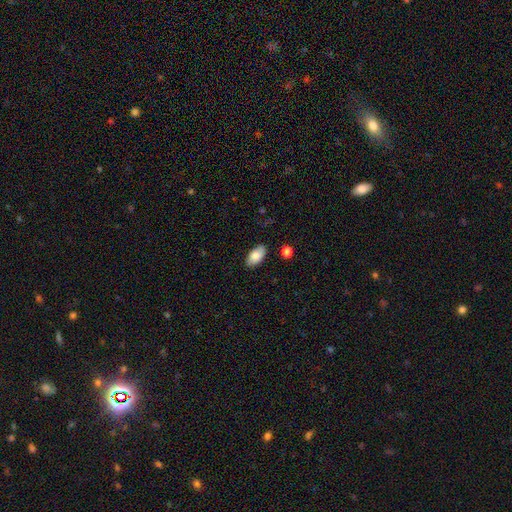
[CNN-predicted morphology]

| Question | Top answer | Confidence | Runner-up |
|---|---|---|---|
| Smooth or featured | smooth | 84% | featured or disk (9%) |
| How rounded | in between | 94% | round (3%) |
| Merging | none | 84% | minor disturbance (12%) |